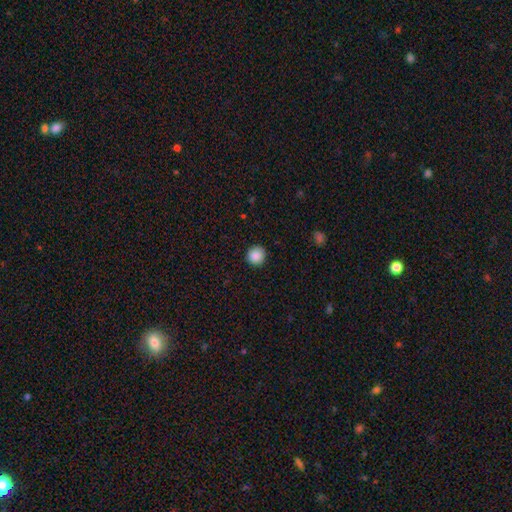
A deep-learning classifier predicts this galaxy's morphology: Q: Smooth or featured?
A: smooth (88%); runner-up: star or artifact (9%)
Q: How rounded?
A: round (93%); runner-up: in between (6%)
Q: Merging?
A: none (90%); runner-up: minor disturbance (7%)